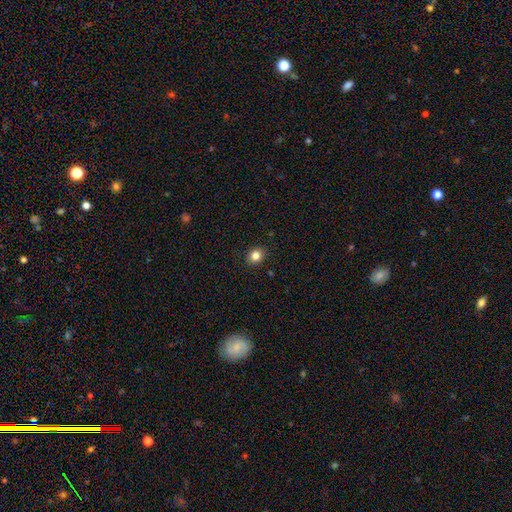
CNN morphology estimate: Smooth or featured? smooth (83%)
How rounded? round (73%)
Merging? none (91%)